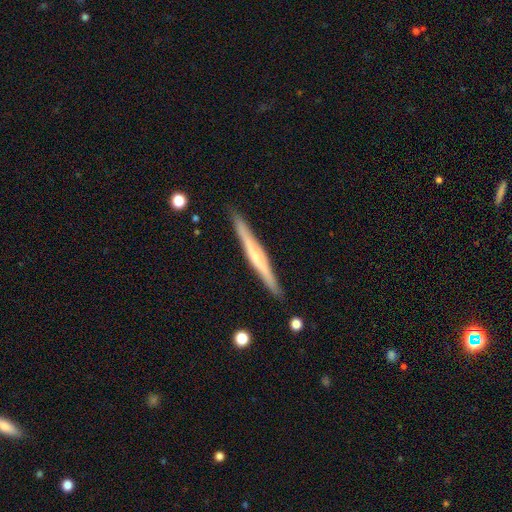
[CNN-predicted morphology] Smooth or featured?
  - featured or disk: 69% *
  - smooth: 26%
  - star or artifact: 5%
Edge-on disk?
  - yes: 98% *
  - no: 2%
Edge-on bulge?
  - rounded: 59% *
  - none: 31%
  - boxy: 11%
Merging?
  - none: 91% *
  - minor disturbance: 7%
  - major disturbance: 1%
  - merger: 1%